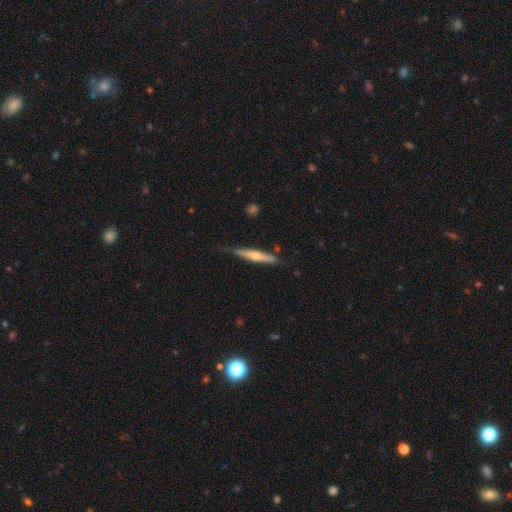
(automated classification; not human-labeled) A featured or disk galaxy (51%) viewed edge-on (93%). Merging: none (71%).